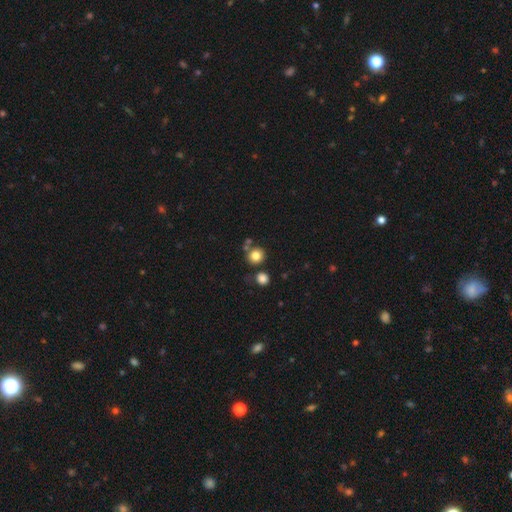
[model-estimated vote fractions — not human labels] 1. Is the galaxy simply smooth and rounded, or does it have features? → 81% smooth, 11% star or artifact, 8% featured or disk.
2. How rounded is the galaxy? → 87% round, 12% in between, 1% cigar-shaped.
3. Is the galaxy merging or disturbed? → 71% none, 15% merger, 10% minor disturbance, 4% major disturbance.